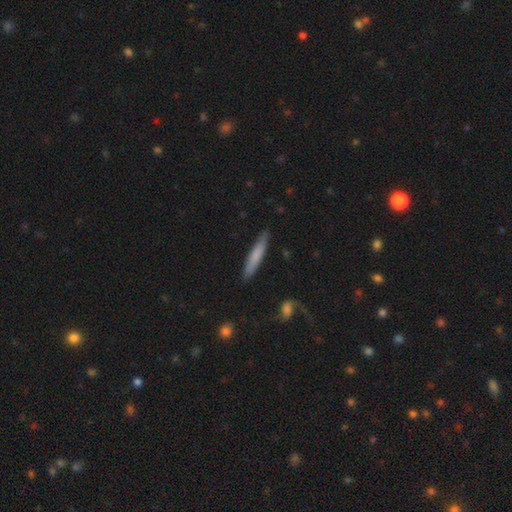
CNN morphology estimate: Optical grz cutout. It shows a smooth galaxy with no disk features (72%) that is cigar-shaped (94%). Merging: none (86%).